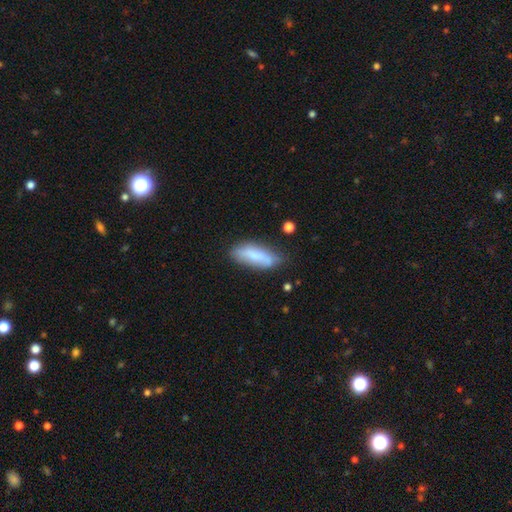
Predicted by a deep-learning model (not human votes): Smooth or featured? Predicted: smooth (p=0.66). How rounded? Predicted: in between (p=0.68). Merging? Predicted: none (p=0.66).